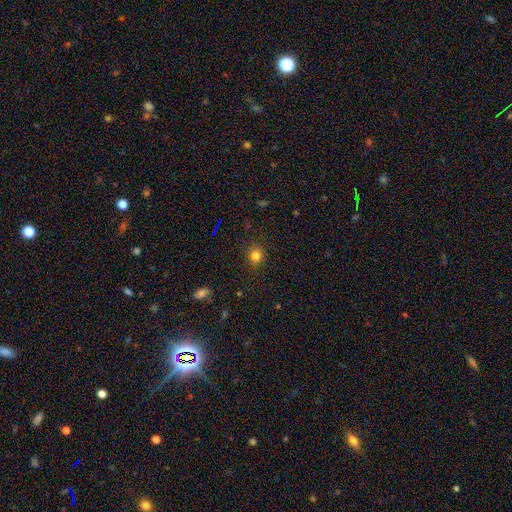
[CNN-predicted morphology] Smooth or featured? Predicted: smooth (p=0.79). How rounded? Predicted: round (p=0.83). Merging? Predicted: none (p=0.87).